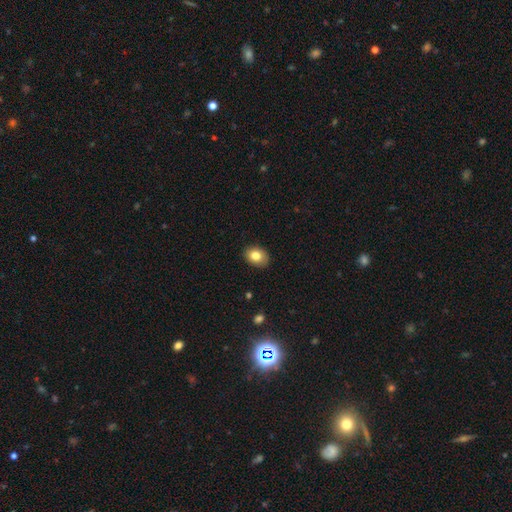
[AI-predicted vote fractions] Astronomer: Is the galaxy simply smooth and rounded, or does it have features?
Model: smooth — 81%.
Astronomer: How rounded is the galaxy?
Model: in between — 66%.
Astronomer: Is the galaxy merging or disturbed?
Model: none — 87%.